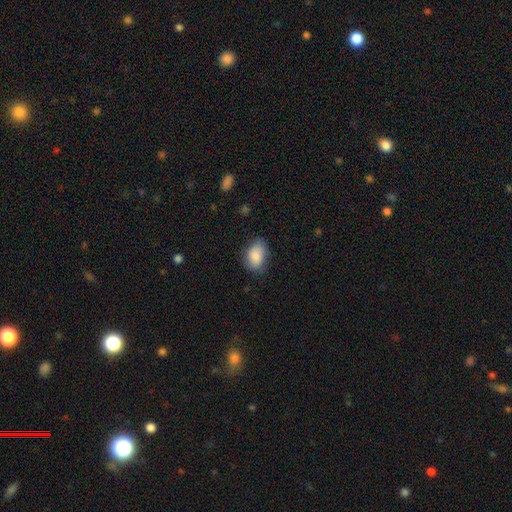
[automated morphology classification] smooth-or-featured: smooth: 86% | featured or disk: 7% | star or artifact: 7%
  how-rounded: in between: 86% | round: 13% | cigar-shaped: 1%
  merging: none: 74% | minor disturbance: 21% | major disturbance: 5% | merger: 1%